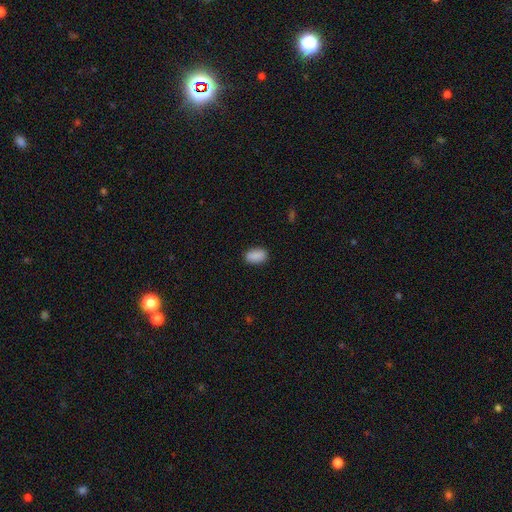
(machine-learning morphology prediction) This is clearly a smooth galaxy (90%). How rounded: clearly in between (91%). Merging: clearly none (88%).